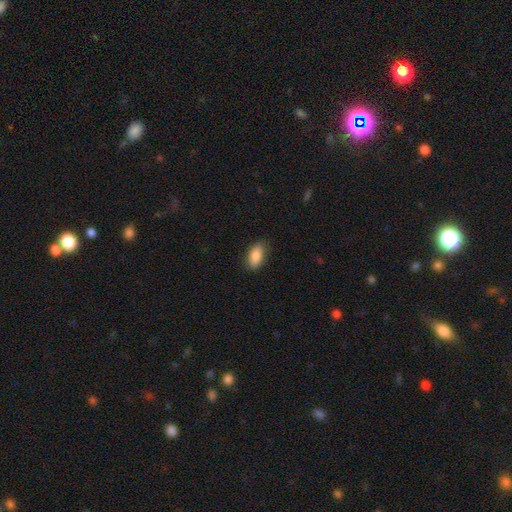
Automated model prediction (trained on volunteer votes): smooth_or_featured: smooth (p=0.87) [alt: star or artifact p=0.07]
how_rounded: in between (p=0.90) [alt: cigar-shaped p=0.07]
merging: none (p=0.81) [alt: minor disturbance p=0.15]